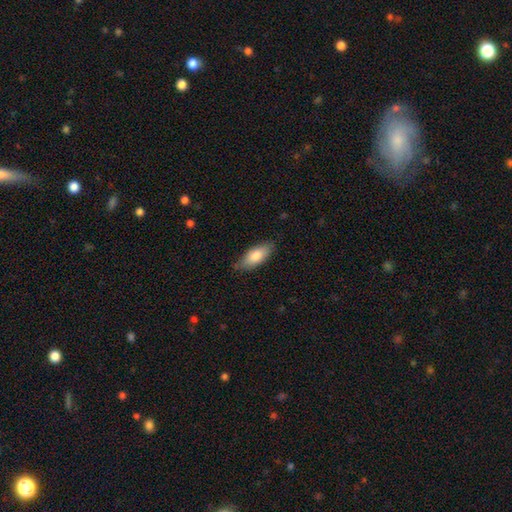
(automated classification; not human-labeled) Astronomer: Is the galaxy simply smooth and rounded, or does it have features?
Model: smooth — 81%.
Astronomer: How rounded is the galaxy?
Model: in between — 79%.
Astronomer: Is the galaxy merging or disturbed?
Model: none — 79%.